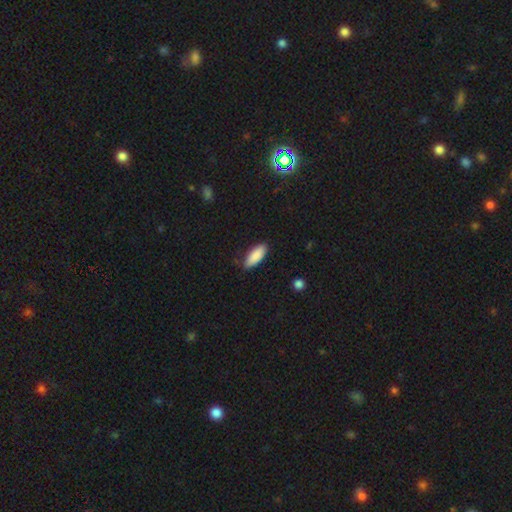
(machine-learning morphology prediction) Smooth or featured?
  - smooth: 88% *
  - featured or disk: 7%
  - star or artifact: 6%
How rounded?
  - in between: 74% *
  - cigar-shaped: 25%
  - round: 2%
Merging?
  - none: 83% *
  - minor disturbance: 13%
  - major disturbance: 2%
  - merger: 1%